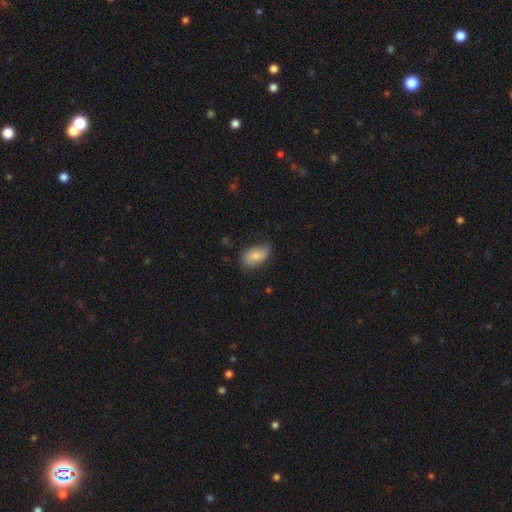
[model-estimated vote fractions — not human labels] Smooth or featured?
  - smooth: 75% *
  - featured or disk: 18%
  - star or artifact: 7%
How rounded?
  - in between: 91% *
  - round: 7%
  - cigar-shaped: 2%
Merging?
  - none: 62% *
  - minor disturbance: 30%
  - major disturbance: 6%
  - merger: 1%